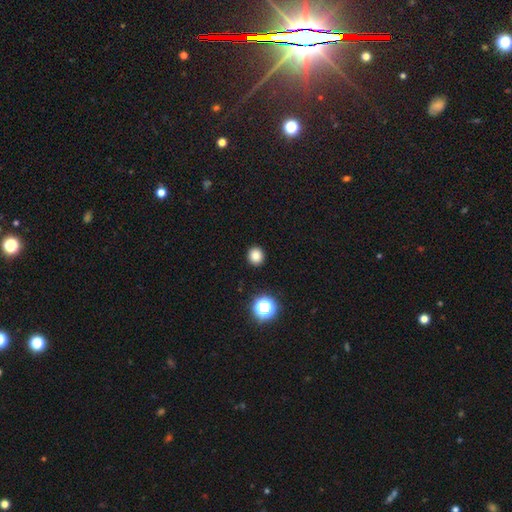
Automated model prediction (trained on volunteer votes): smooth_or_featured: smooth (p=0.83) [alt: star or artifact p=0.14]
how_rounded: round (p=0.89) [alt: in between p=0.10]
merging: none (p=0.92) [alt: minor disturbance p=0.05]